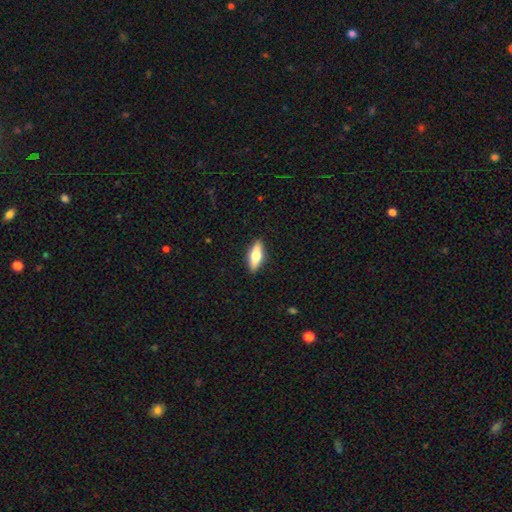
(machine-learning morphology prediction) Smooth or featured?
  - smooth: 58% *
  - featured or disk: 36%
  - star or artifact: 6%
How rounded?
  - in between: 60% *
  - cigar-shaped: 38%
  - round: 3%
Merging?
  - none: 90% *
  - minor disturbance: 7%
  - major disturbance: 2%
  - merger: 1%